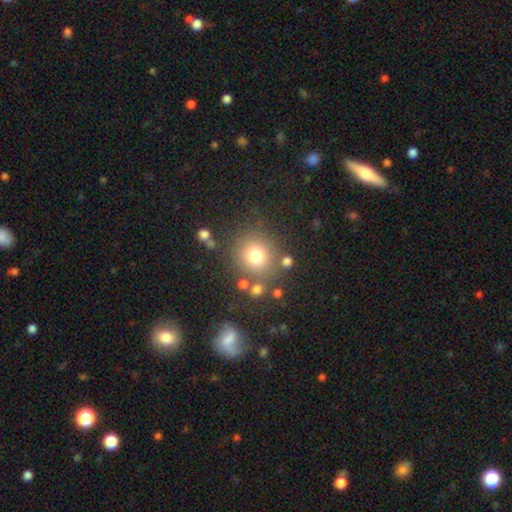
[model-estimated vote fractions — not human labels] A smooth galaxy with no disk features (75%) that is round (90%). Merging: none (78%).